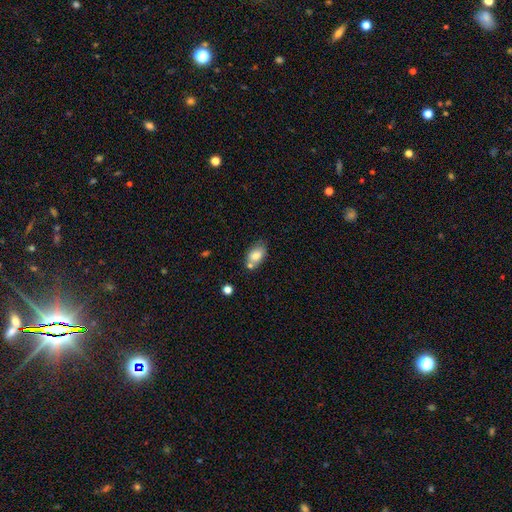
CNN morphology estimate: smooth 78%, featured or disk 14%, star or artifact 8%. Down the decision tree: how rounded — in between (87%); merging — none (55%).